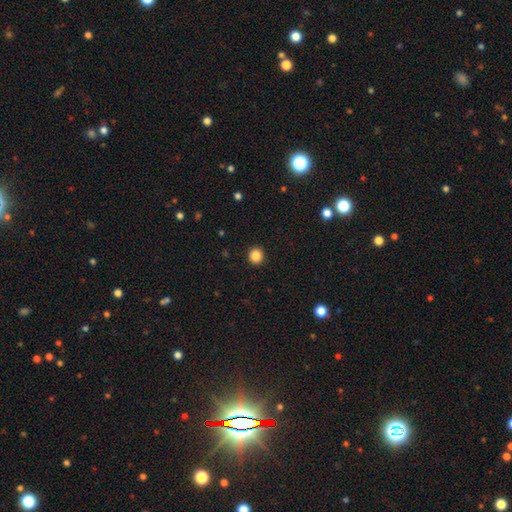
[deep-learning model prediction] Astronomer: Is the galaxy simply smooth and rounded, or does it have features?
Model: smooth — 86%.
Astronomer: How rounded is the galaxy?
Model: round — 91%.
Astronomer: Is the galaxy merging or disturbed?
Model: none — 93%.